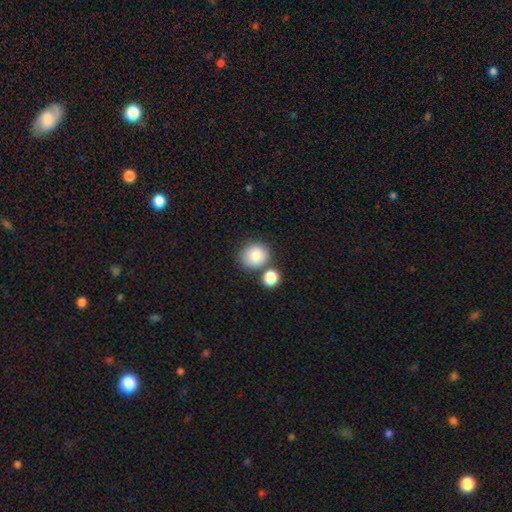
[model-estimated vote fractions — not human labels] A smooth galaxy with no disk features (86%) that is round (77%). Merging: none (66%).